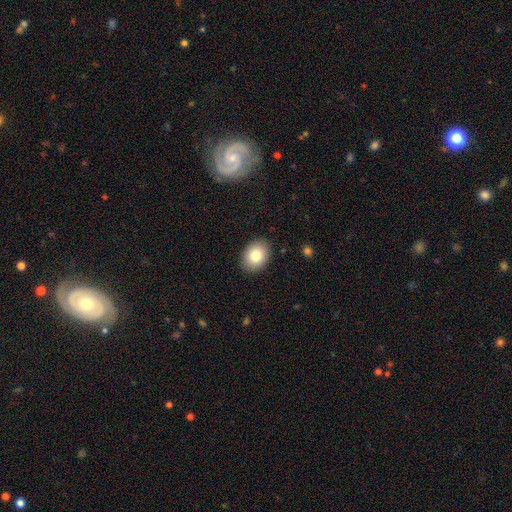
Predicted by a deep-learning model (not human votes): Q: Smooth or featured?
A: smooth (81%); runner-up: featured or disk (10%)
Q: How rounded?
A: in between (62%); runner-up: round (37%)
Q: Merging?
A: none (89%); runner-up: minor disturbance (8%)